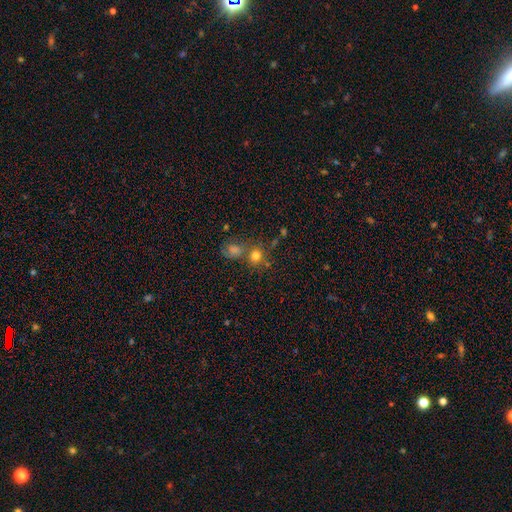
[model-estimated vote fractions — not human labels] Smooth or featured?
  - smooth: 77% *
  - star or artifact: 14%
  - featured or disk: 10%
How rounded?
  - round: 82% *
  - in between: 17%
  - cigar-shaped: 1%
Merging?
  - none: 56% *
  - merger: 28%
  - minor disturbance: 11%
  - major disturbance: 5%